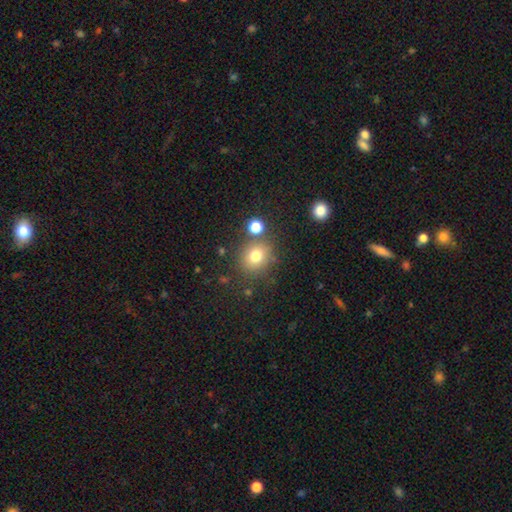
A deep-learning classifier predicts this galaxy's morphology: The model was most divided on "smooth or featured": smooth: 75%, star or artifact: 15%, featured or disk: 9%. More confident: how rounded — round (80%); merging — none (76%).